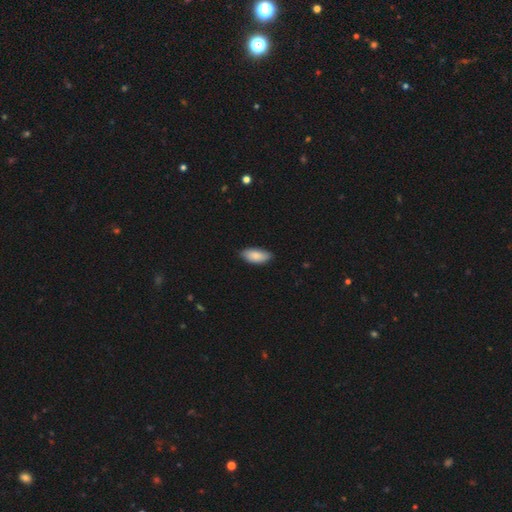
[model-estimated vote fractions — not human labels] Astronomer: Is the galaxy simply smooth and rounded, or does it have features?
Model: smooth — 86%.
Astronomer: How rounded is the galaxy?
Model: in between — 90%.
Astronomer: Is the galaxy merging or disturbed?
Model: none — 82%.